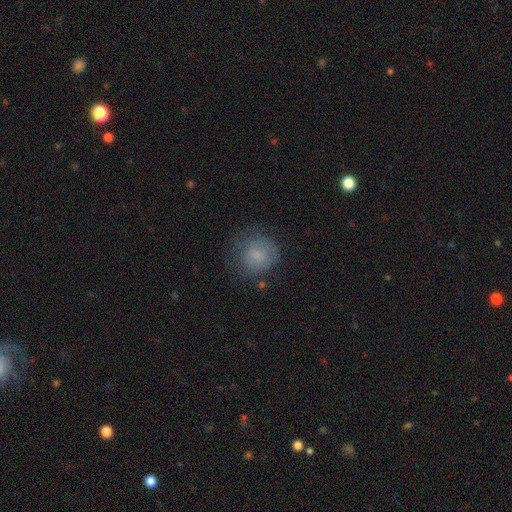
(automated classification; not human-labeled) Q: Smooth or featured?
A: smooth (71%); runner-up: featured or disk (18%)
Q: How rounded?
A: round (83%); runner-up: in between (16%)
Q: Merging?
A: none (64%); runner-up: minor disturbance (21%)